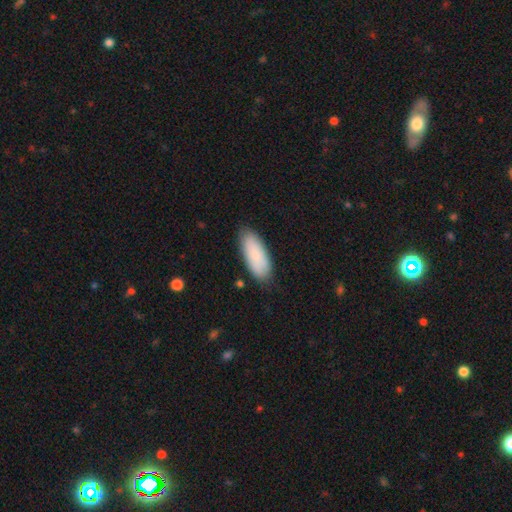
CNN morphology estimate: A smooth galaxy with no disk features (86%) that is in between round and cigar-shaped (79%).

Vote fractions:
- Smooth or featured? smooth: 86% / featured or disk: 8% / star or artifact: 6%
- How rounded? in between: 79% / cigar-shaped: 19% / round: 2%
- Merging? none: 83% / minor disturbance: 13% / major disturbance: 2% / merger: 1%